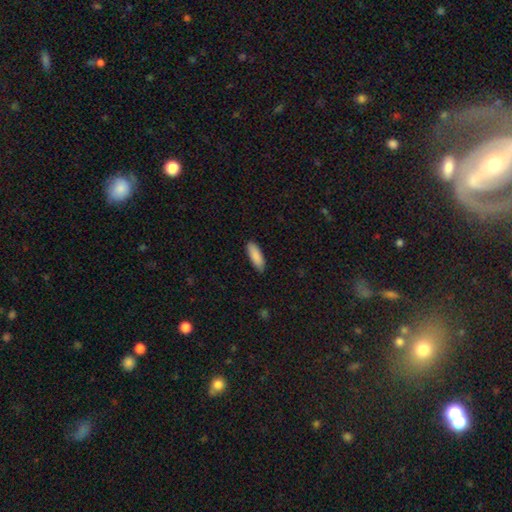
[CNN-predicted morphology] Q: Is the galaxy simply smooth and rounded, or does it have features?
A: smooth — 90%.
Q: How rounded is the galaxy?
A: in between — 63%.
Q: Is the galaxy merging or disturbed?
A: none — 86%.